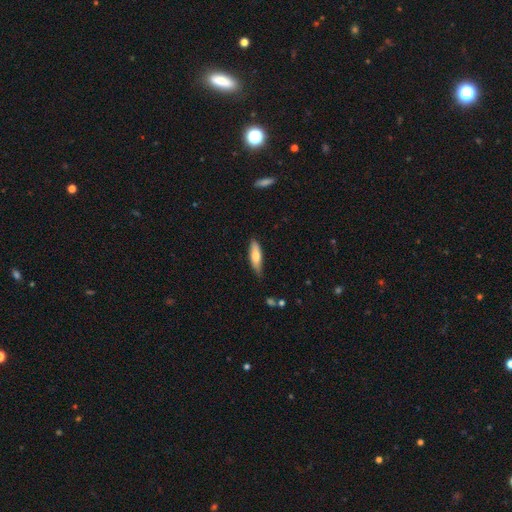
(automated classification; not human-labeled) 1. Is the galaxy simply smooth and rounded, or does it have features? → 72% smooth, 23% featured or disk, 6% star or artifact.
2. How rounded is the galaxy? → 61% cigar-shaped, 37% in between, 2% round.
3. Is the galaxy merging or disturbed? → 78% none, 18% minor disturbance, 3% major disturbance, 2% merger.